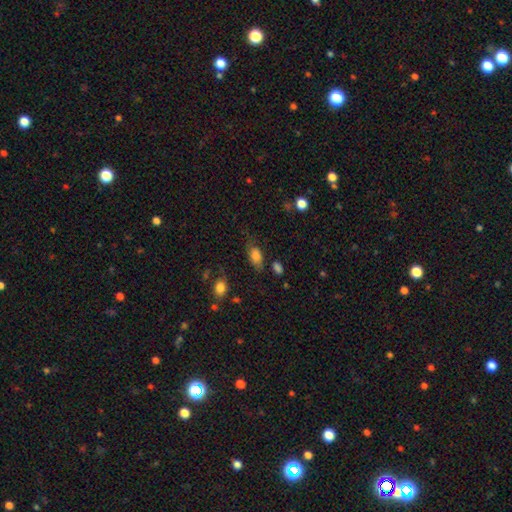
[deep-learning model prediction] A smooth galaxy with no disk features (76%) that is in between round and cigar-shaped (84%).

Vote fractions:
- Smooth or featured? smooth: 76% / featured or disk: 13% / star or artifact: 11%
- How rounded? in between: 84% / round: 10% / cigar-shaped: 6%
- Merging? none: 54% / minor disturbance: 27% / major disturbance: 14% / merger: 4%